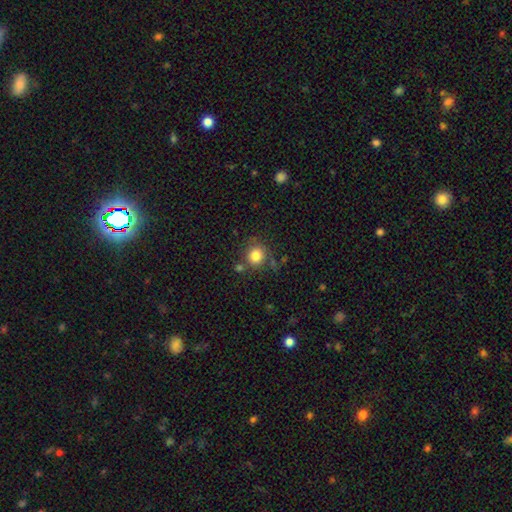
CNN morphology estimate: smooth_or_featured: smooth (p=0.82) [alt: star or artifact p=0.11]
how_rounded: round (p=0.86) [alt: in between p=0.13]
merging: none (p=0.74) [alt: minor disturbance p=0.12]